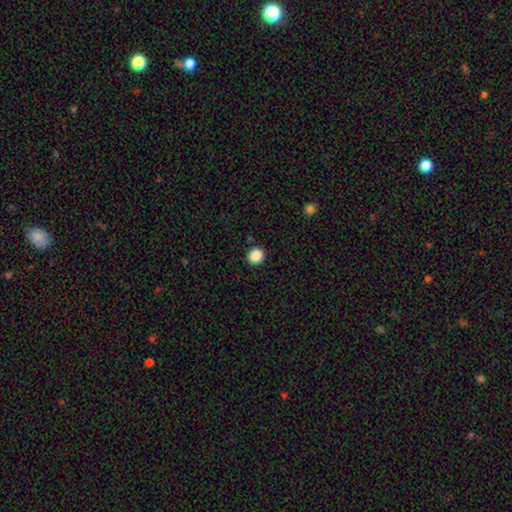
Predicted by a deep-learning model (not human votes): Smooth or featured: smooth — 87% (star or artifact — 10%)
How rounded: round — 92% (in between — 7%)
Merging: none — 92% (minor disturbance — 5%)